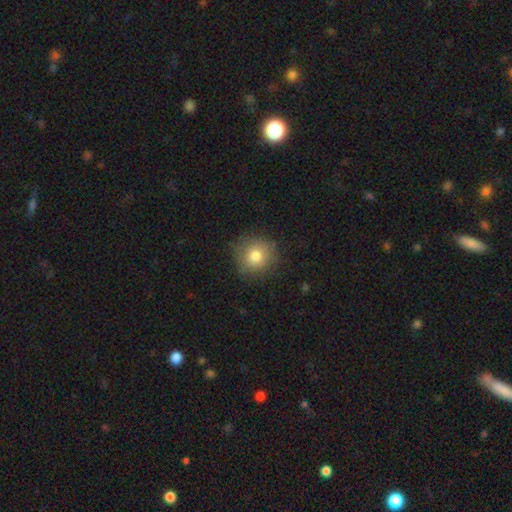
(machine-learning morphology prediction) A smooth galaxy with no disk features (79%) that is round (90%). Merging: none (81%).